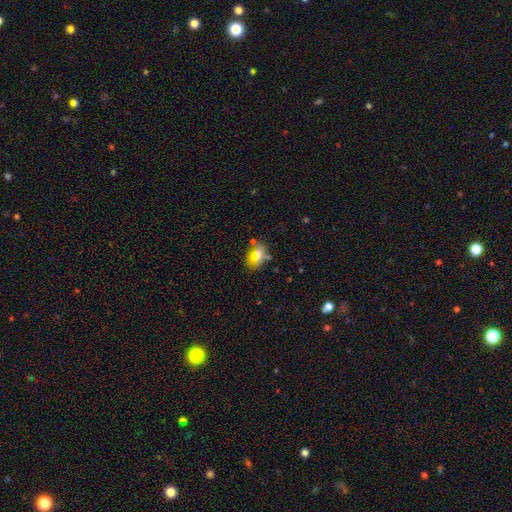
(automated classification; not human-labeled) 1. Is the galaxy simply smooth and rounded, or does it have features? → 61% smooth, 20% star or artifact, 19% featured or disk.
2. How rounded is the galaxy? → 71% in between, 24% round, 5% cigar-shaped.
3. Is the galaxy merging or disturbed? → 72% none, 15% minor disturbance, 7% merger, 6% major disturbance.